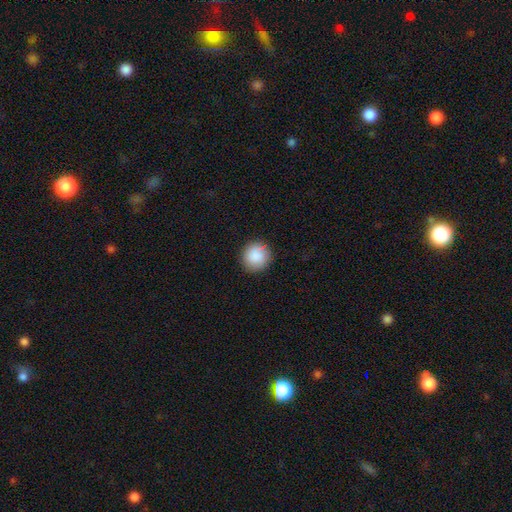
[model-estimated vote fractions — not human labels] Q: Smooth or featured?
A: smooth (87%); runner-up: star or artifact (7%)
Q: How rounded?
A: round (92%); runner-up: in between (7%)
Q: Merging?
A: none (87%); runner-up: minor disturbance (9%)